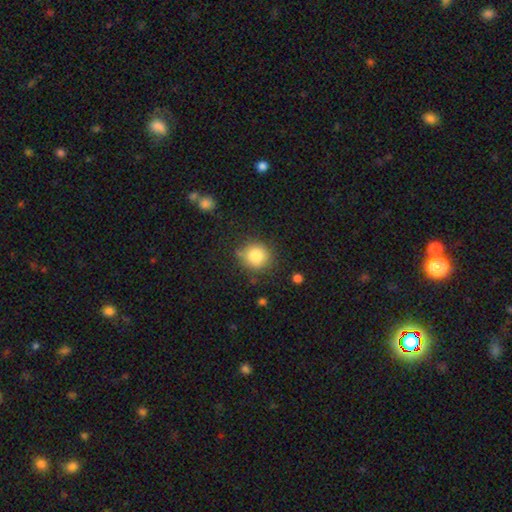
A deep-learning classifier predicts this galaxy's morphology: A smooth galaxy with no disk features (82%) that is round (89%). Merging: none (79%).